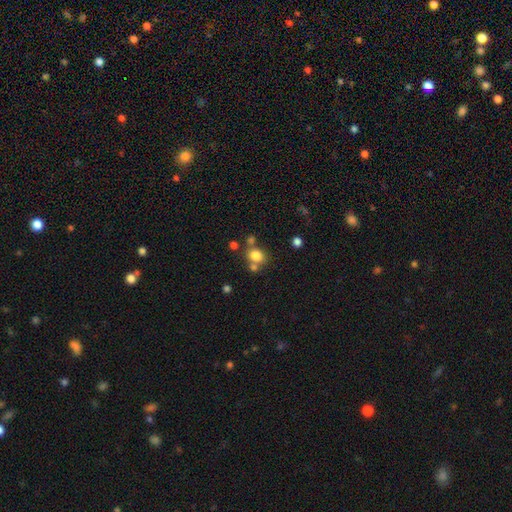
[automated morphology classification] Smooth or featured? smooth (79%)
How rounded? round (71%)
Merging? none (60%)